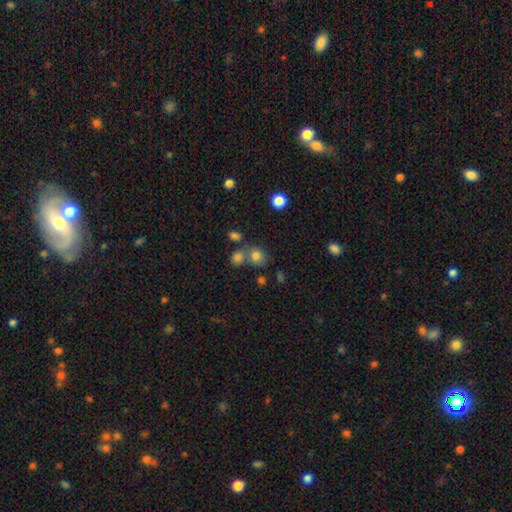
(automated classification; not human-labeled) smooth 78%, star or artifact 13%, featured or disk 9%. Down the decision tree: how rounded — round (60%); merging — none (55%).